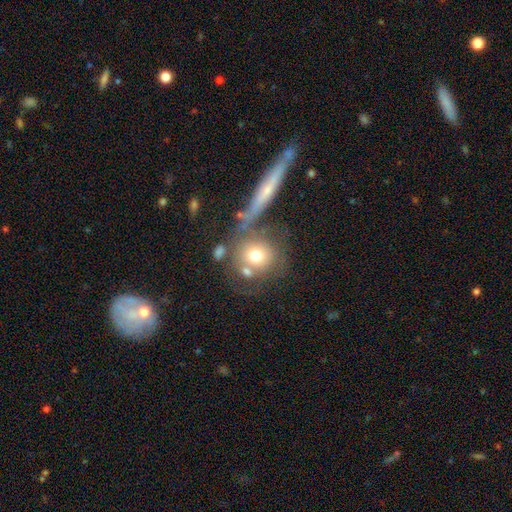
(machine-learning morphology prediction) This is likely a smooth galaxy (67%). How rounded: clearly round (87%). Merging: possibly none (48%).